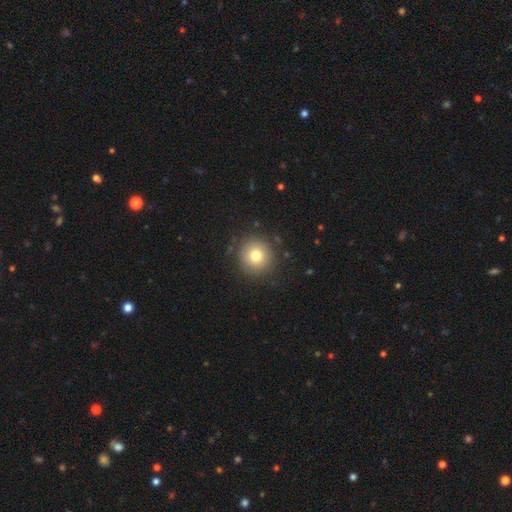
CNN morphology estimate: smooth 77%, featured or disk 12%, star or artifact 11%. Down the decision tree: how rounded — round (94%); merging — none (88%).